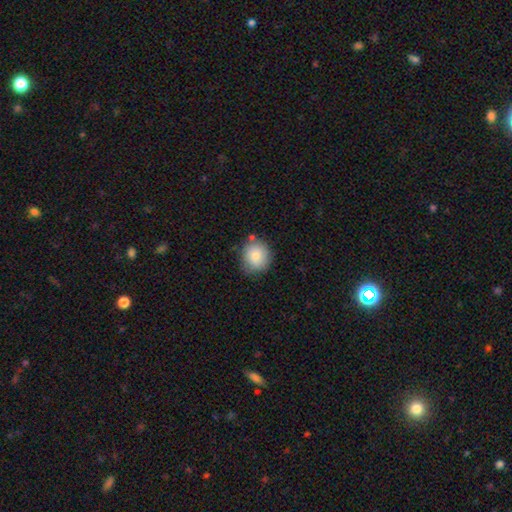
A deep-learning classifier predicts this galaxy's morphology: Q: Smooth or featured?
A: smooth (82%); runner-up: featured or disk (9%)
Q: How rounded?
A: round (84%); runner-up: in between (15%)
Q: Merging?
A: none (76%); runner-up: minor disturbance (17%)